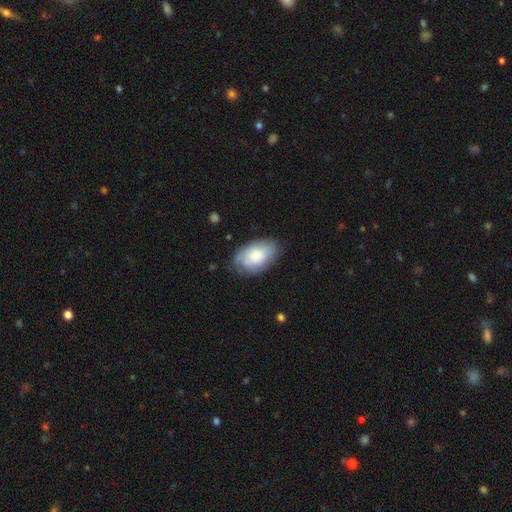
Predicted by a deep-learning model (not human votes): This is likely a smooth galaxy (67%). How rounded: clearly in between (92%). Merging: likely none (71%).